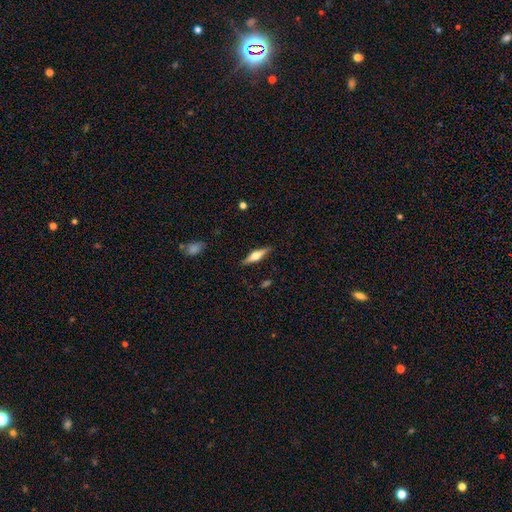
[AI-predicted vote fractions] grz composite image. It shows a featured or disk galaxy (61%) viewed edge-on (96%) with a rounded central bulge (91%). Merging: none (88%).